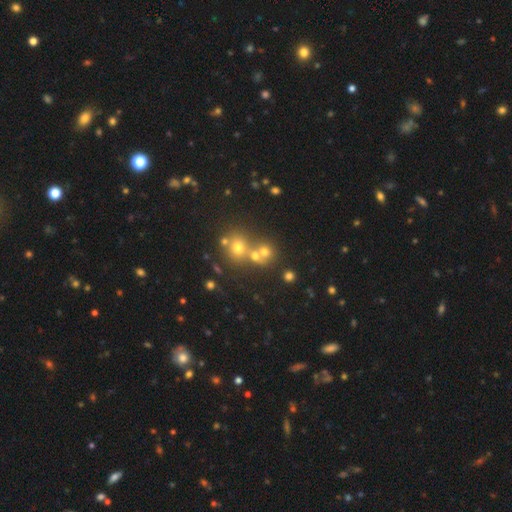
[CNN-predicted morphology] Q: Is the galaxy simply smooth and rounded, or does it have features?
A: smooth — 62%.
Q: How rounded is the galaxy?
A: round — 78%.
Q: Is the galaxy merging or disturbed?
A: none — 48%.